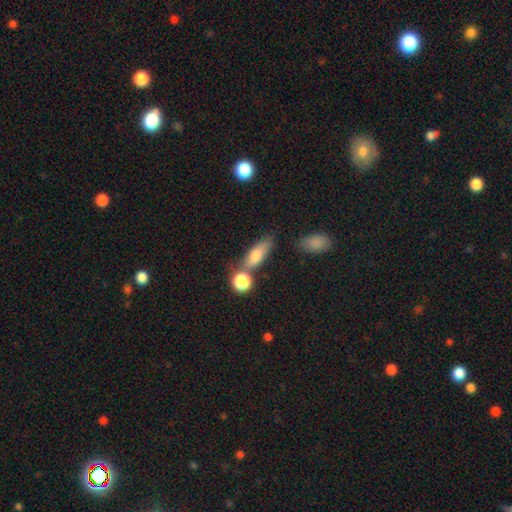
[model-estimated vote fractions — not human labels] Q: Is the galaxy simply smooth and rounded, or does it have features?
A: smooth — 73%.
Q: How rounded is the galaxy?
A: in between — 60%.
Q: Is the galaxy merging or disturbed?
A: none — 56%.